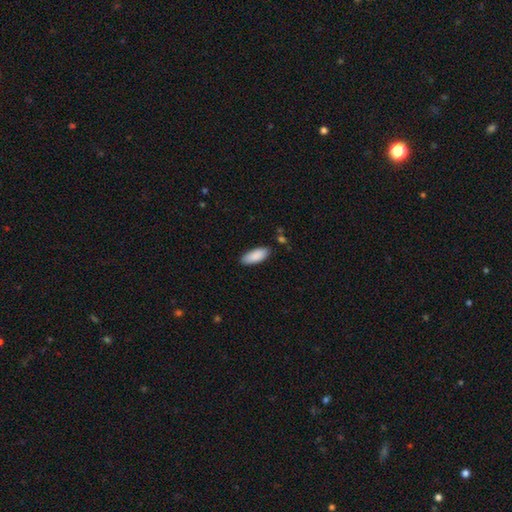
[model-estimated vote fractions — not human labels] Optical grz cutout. It shows a smooth galaxy with no disk features (90%) that is in between round and cigar-shaped (80%). Merging: none (84%).